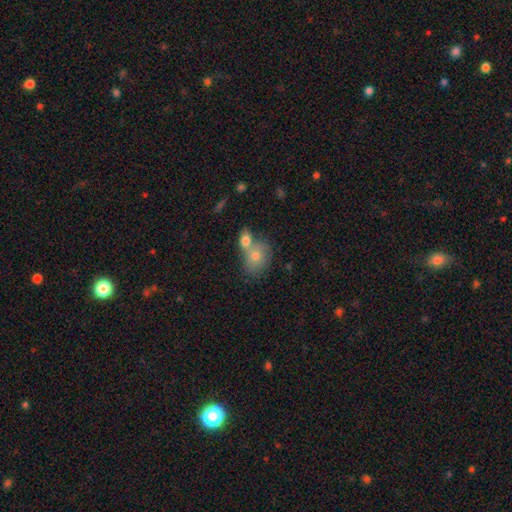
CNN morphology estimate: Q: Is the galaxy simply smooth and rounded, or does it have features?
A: smooth — 72%.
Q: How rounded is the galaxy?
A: in between — 58%.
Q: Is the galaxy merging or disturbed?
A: merger — 56%.